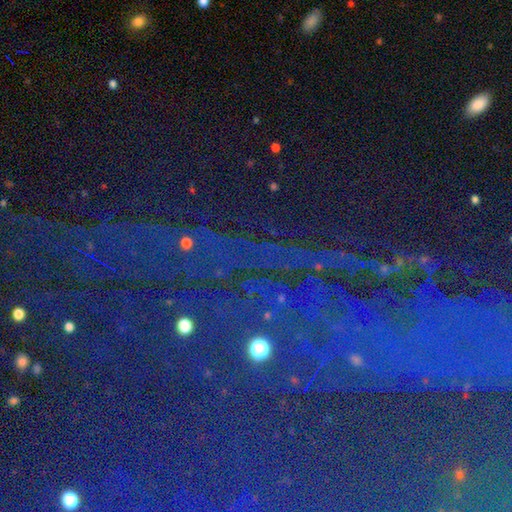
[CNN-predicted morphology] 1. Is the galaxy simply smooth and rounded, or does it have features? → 86% star or artifact, 7% featured or disk, 7% smooth.